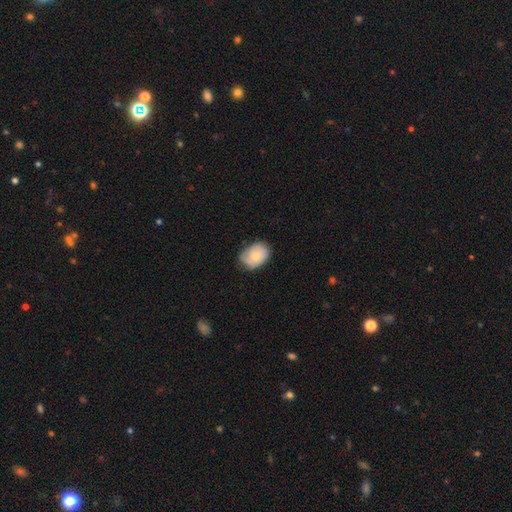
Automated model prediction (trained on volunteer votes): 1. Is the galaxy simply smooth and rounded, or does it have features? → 72% smooth, 21% featured or disk, 7% star or artifact.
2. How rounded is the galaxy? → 71% in between, 28% round, 1% cigar-shaped.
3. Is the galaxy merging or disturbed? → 65% none, 28% minor disturbance, 5% major disturbance, 1% merger.